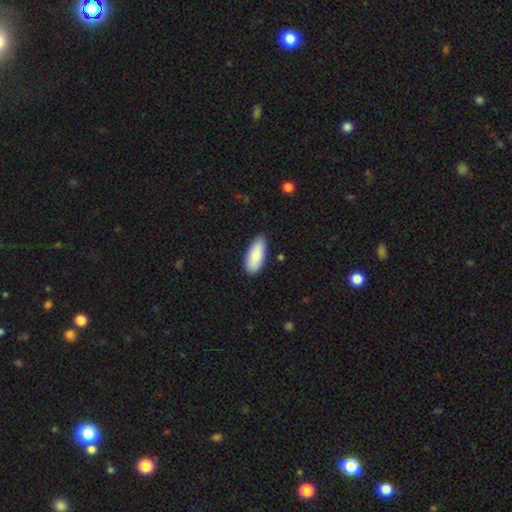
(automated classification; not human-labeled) Smooth or featured? Predicted: smooth (p=0.86). How rounded? Predicted: in between (p=0.84). Merging? Predicted: none (p=0.86).